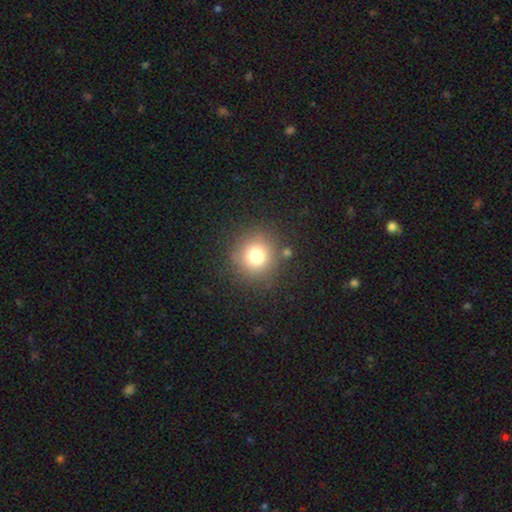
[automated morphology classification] Smooth or featured: smooth — 75% (star or artifact — 16%)
How rounded: round — 92% (in between — 7%)
Merging: none — 85% (minor disturbance — 8%)